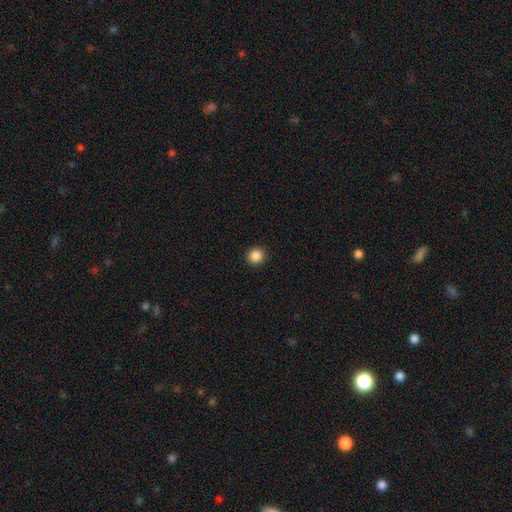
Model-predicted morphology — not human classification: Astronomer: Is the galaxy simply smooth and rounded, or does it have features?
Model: smooth — 87%.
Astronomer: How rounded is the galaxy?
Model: round — 93%.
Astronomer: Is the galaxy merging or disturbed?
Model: none — 93%.